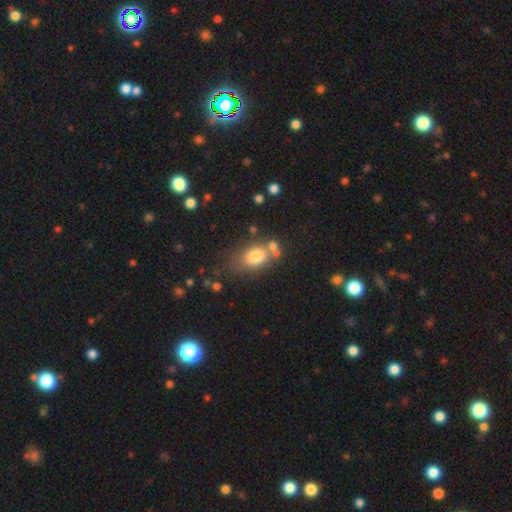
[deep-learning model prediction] smooth_or_featured: smooth (p=0.75) [alt: featured or disk p=0.14]
how_rounded: in between (p=0.73) [alt: round p=0.25]
merging: none (p=0.55) [alt: merger p=0.19]